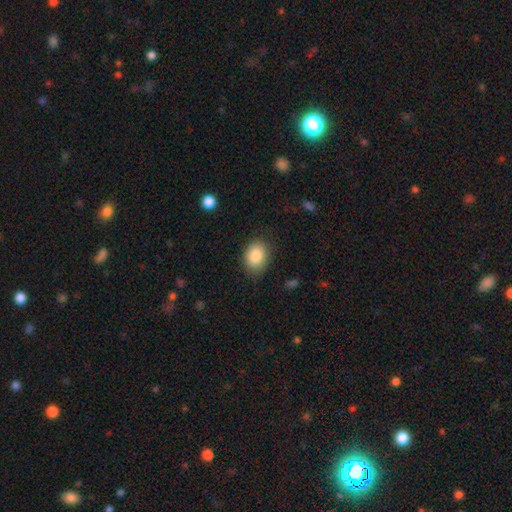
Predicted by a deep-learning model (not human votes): The model was most divided on "how rounded": in between: 69%, round: 30%, cigar-shaped: 1%. More confident: smooth or featured — smooth (83%); merging — none (79%).